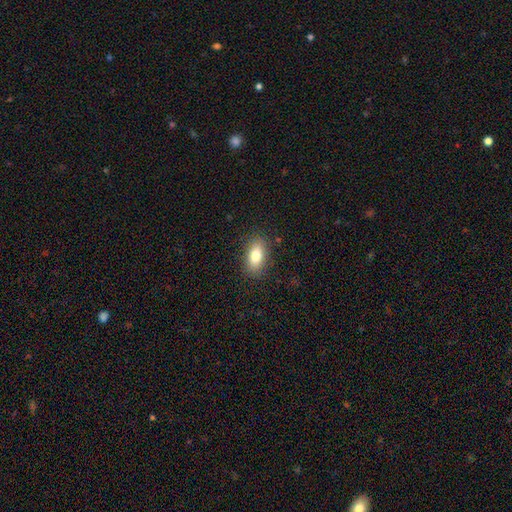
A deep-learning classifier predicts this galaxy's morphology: Smooth or featured? Predicted: smooth (p=0.80). How rounded? Predicted: in between (p=0.86). Merging? Predicted: none (p=0.86).